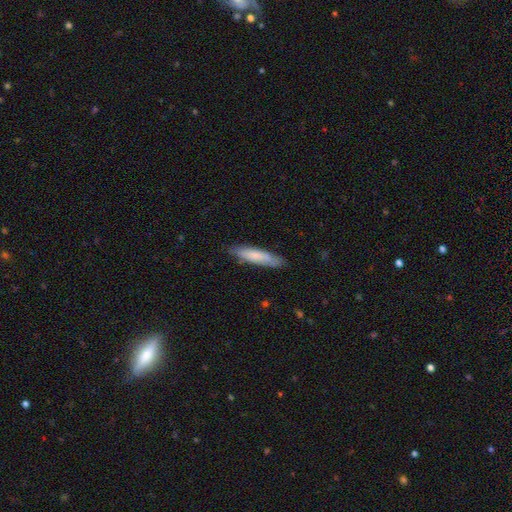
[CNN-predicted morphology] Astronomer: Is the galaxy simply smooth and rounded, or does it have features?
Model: smooth — 71%.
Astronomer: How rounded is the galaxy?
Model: cigar-shaped — 81%.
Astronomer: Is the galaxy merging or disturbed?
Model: none — 80%.